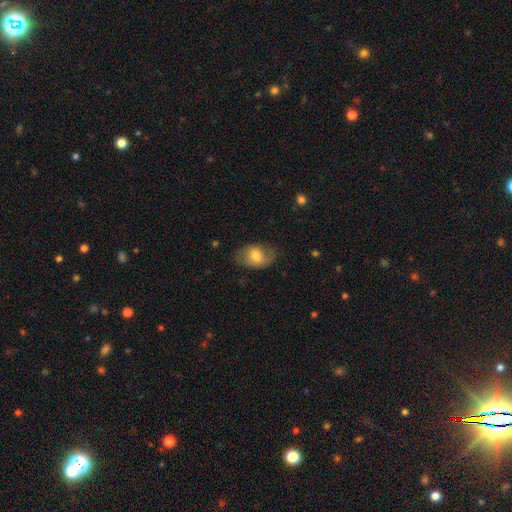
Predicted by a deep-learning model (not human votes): This is likely a smooth galaxy (65%). How rounded: clearly in between (83%). Merging: likely none (67%).